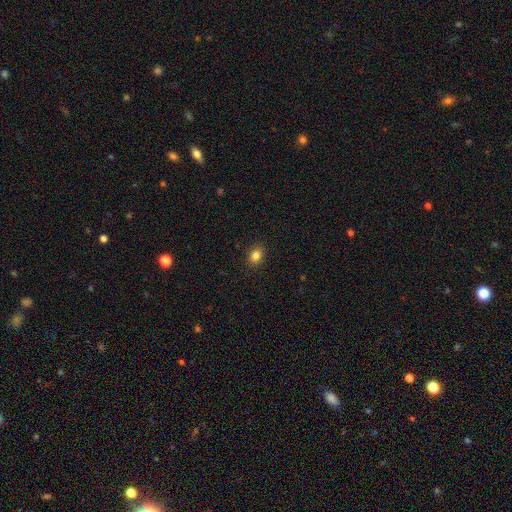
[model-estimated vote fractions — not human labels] Overall: smooth (84%). How rounded: in between (59%; round 40%). Merging: none (89%).